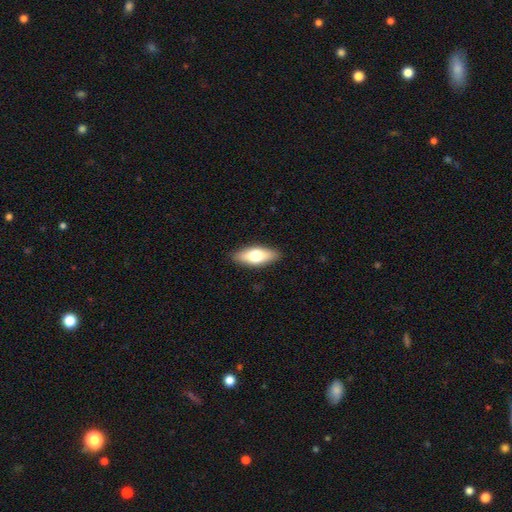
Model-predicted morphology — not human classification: Overall: smooth (64%; featured or disk 30%). How rounded: in between (73%). Merging: none (89%).